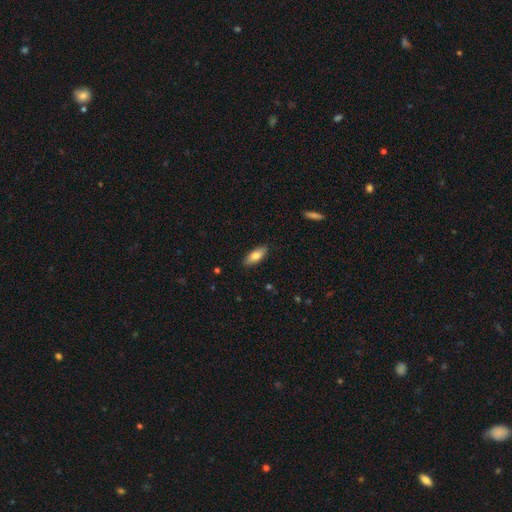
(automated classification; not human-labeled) smooth_or_featured: smooth (p=0.77) [alt: featured or disk p=0.17]
how_rounded: in between (p=0.76) [alt: cigar-shaped p=0.22]
merging: none (p=0.88) [alt: minor disturbance p=0.09]